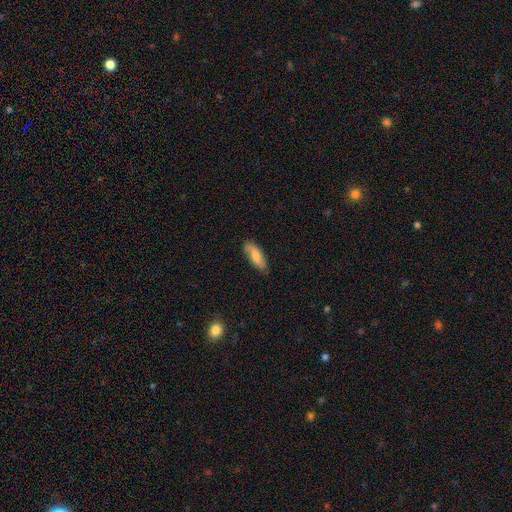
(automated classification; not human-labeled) Smooth or featured: smooth — 66% (featured or disk — 28%)
How rounded: in between — 65% (cigar-shaped — 33%)
Merging: none — 80% (minor disturbance — 16%)